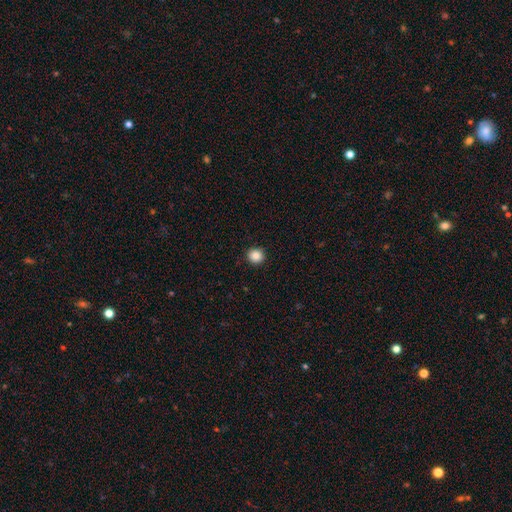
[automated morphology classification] This is clearly a smooth galaxy (87%). How rounded: clearly round (93%). Merging: clearly none (93%).